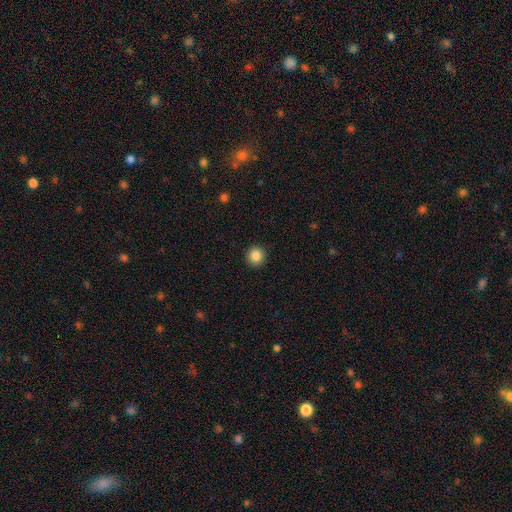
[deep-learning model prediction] Smooth or featured: smooth — 86% (star or artifact — 10%)
How rounded: round — 94% (in between — 5%)
Merging: none — 92% (minor disturbance — 5%)